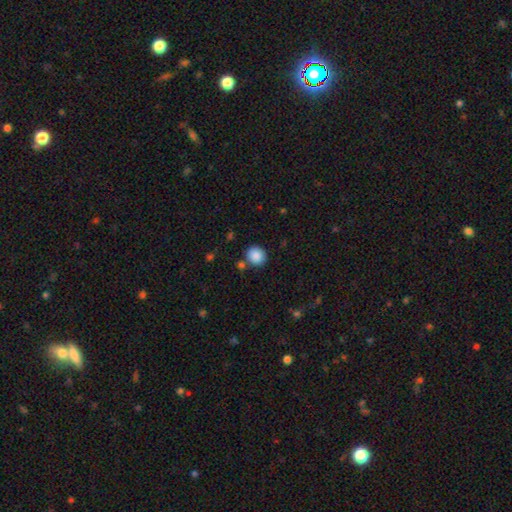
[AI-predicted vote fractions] Smooth or featured? Predicted: smooth (p=0.88). How rounded? Predicted: round (p=0.79). Merging? Predicted: none (p=0.80).